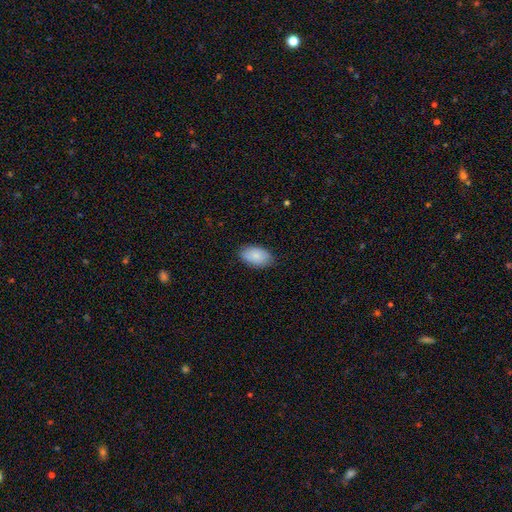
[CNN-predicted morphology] A smooth galaxy with no disk features (86%) that is in between round and cigar-shaped (94%). Merging: none (85%).